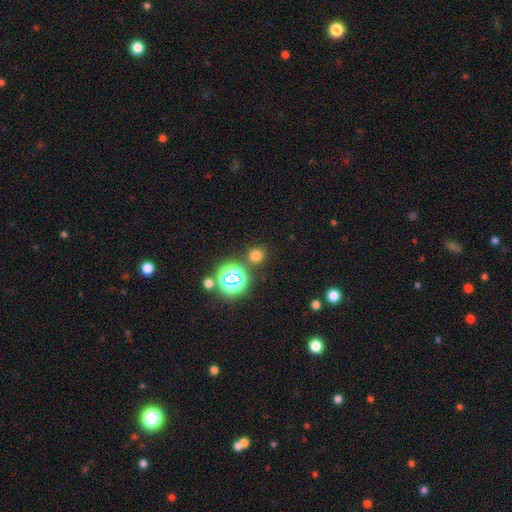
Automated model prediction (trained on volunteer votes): smooth_or_featured: smooth (p=0.67) [alt: star or artifact p=0.27]
how_rounded: round (p=0.88) [alt: in between p=0.11]
merging: none (p=0.84) [alt: minor disturbance p=0.07]